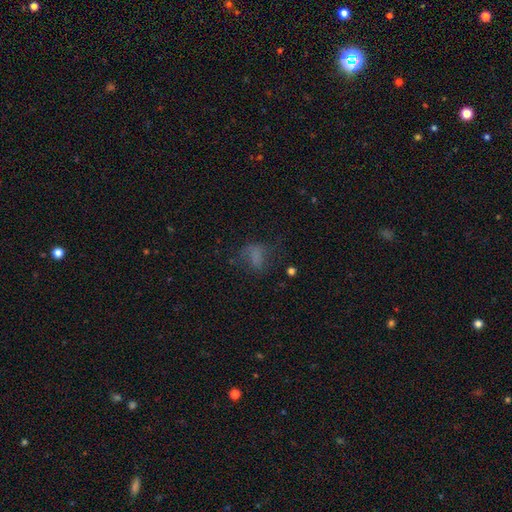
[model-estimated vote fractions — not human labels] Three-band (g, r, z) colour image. It shows a smooth galaxy with no disk features (58%) that is in between round and cigar-shaped (70%). Merging: none (41%).